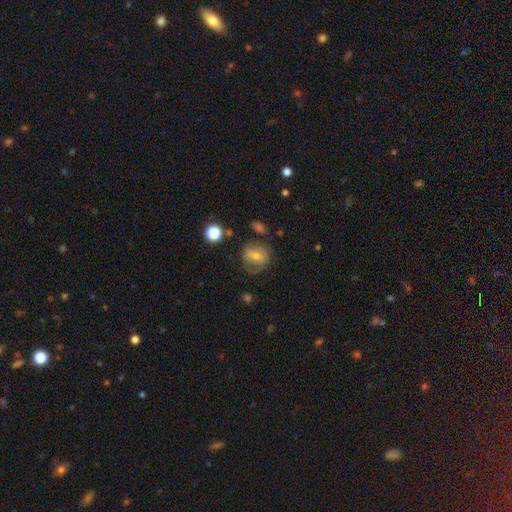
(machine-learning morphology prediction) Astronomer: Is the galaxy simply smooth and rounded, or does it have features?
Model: smooth — 54% (runner-up: featured or disk, 35%).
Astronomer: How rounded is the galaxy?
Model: round — 69%.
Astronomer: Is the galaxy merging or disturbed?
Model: none — 60%.